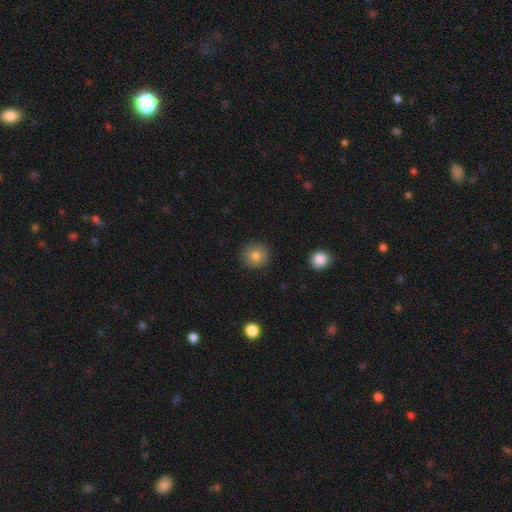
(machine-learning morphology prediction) Smooth or featured? smooth (78%)
How rounded? round (93%)
Merging? none (90%)